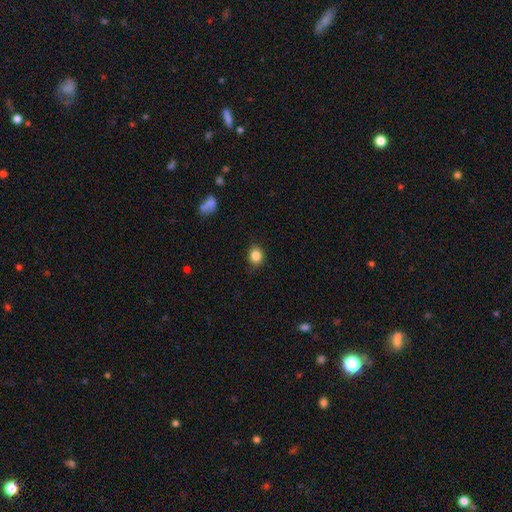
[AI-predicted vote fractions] Smooth or featured? smooth (85%)
How rounded? round (65%)
Merging? none (87%)